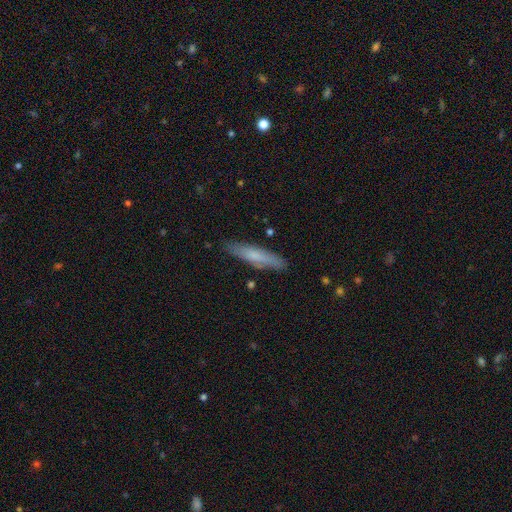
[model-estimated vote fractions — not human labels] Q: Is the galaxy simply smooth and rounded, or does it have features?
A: smooth — 67%.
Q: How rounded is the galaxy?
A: cigar-shaped — 86%.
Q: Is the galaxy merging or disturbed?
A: none — 85%.